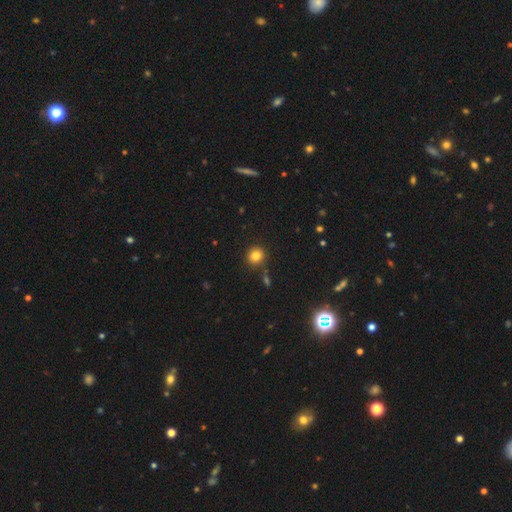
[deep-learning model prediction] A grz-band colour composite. It shows a smooth galaxy with no disk features (82%) that is round (90%). Merging: none (86%).